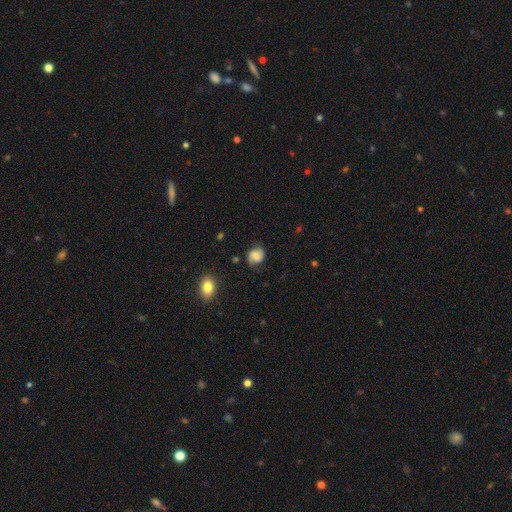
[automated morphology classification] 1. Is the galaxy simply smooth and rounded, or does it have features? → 54% smooth, 35% featured or disk, 10% star or artifact.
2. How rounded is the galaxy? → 51% round, 48% in between, 1% cigar-shaped.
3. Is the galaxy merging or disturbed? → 68% none, 23% minor disturbance, 7% major disturbance, 2% merger.